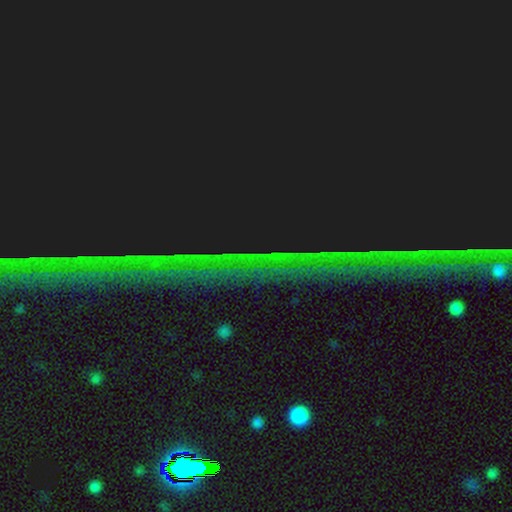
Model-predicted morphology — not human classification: Q: Smooth or featured?
A: star or artifact (86%); runner-up: featured or disk (7%)